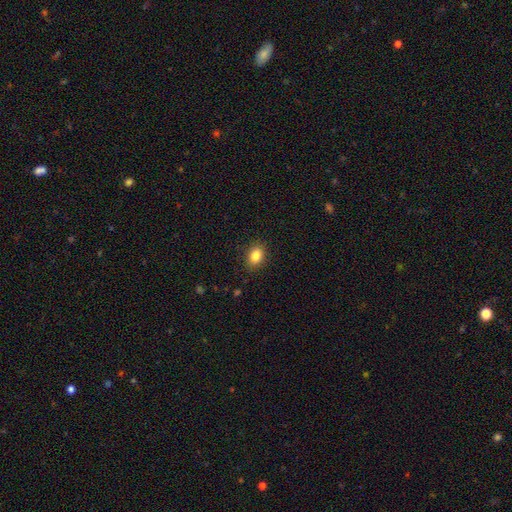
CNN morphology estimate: smooth 85%, star or artifact 9%, featured or disk 6%. Down the decision tree: how rounded — in between (78%); merging — none (87%).